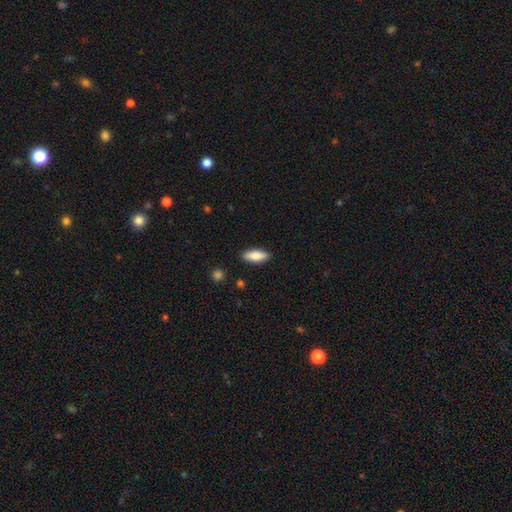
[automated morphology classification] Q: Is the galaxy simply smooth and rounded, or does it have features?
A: smooth — 81%.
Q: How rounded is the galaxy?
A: in between — 68%.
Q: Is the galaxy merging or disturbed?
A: none — 89%.